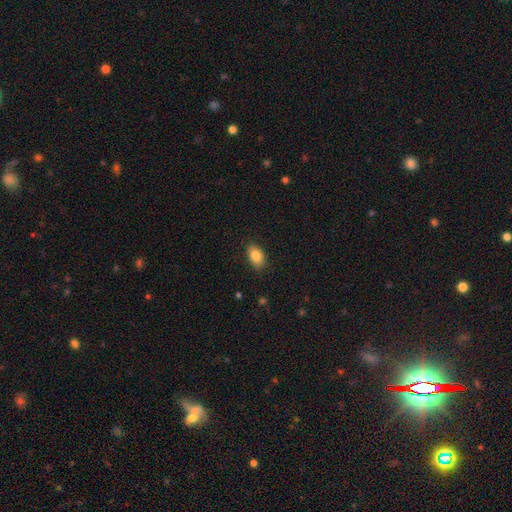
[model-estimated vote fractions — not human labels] Smooth or featured: smooth — 84% (featured or disk — 8%)
How rounded: in between — 90% (round — 8%)
Merging: none — 87% (minor disturbance — 10%)